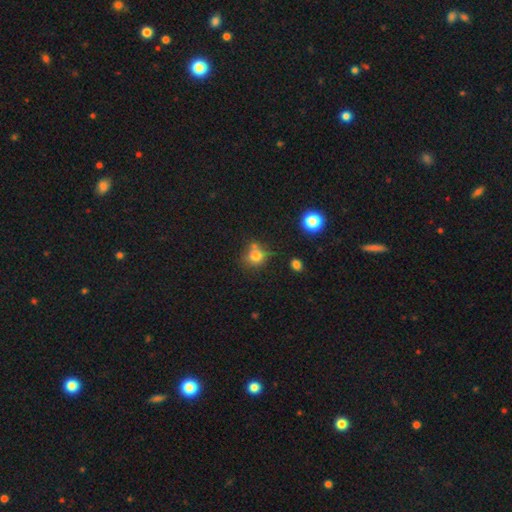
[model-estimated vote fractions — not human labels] This is likely a smooth galaxy (78%). How rounded: clearly round (82%). Merging: likely none (63%).